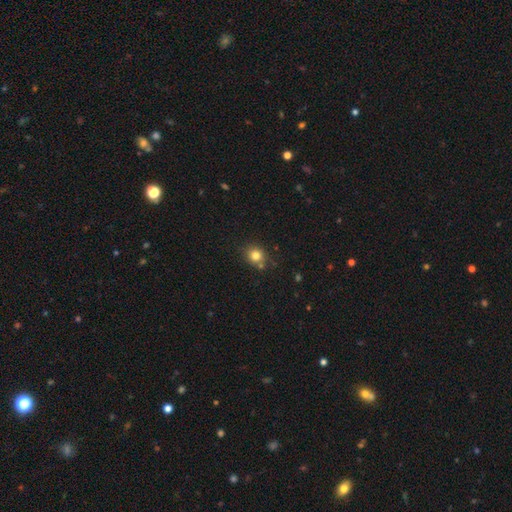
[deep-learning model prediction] This is clearly a smooth galaxy (80%). How rounded: clearly round (82%). Merging: likely none (76%).